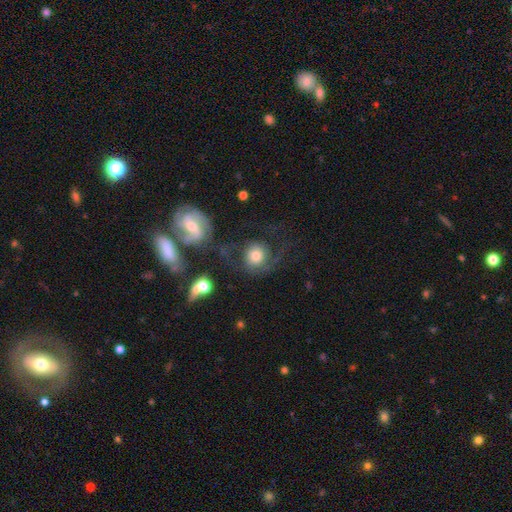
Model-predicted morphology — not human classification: Smooth or featured: featured or disk — 48% (smooth — 43%)
Merging: none — 46% (major disturbance — 28%)